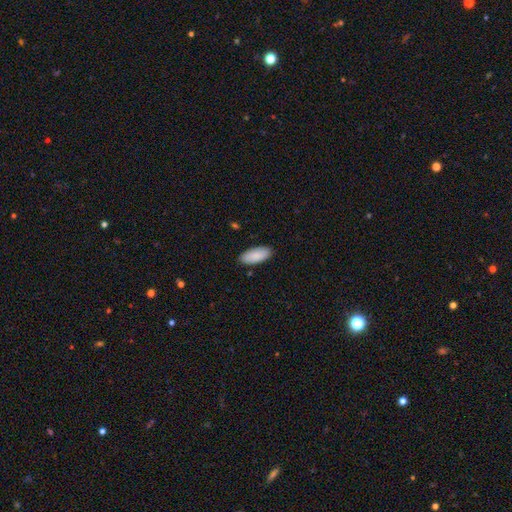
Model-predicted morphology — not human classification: The model was most divided on "how rounded": in between: 88%, cigar-shaped: 11%, round: 1%. More confident: smooth or featured — smooth (90%); merging — none (88%).